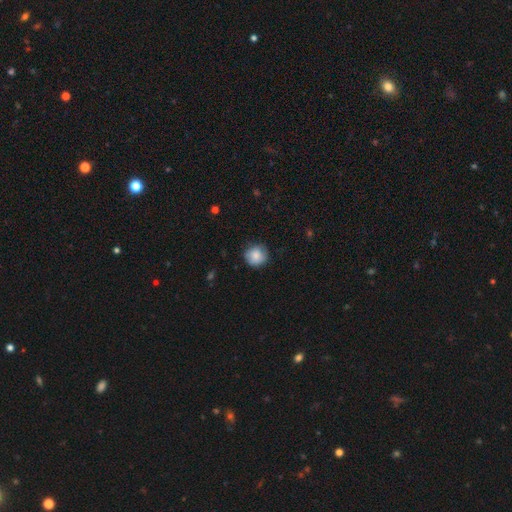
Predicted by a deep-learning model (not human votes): Overall: smooth (80%). How rounded: round (90%). Merging: none (77%).